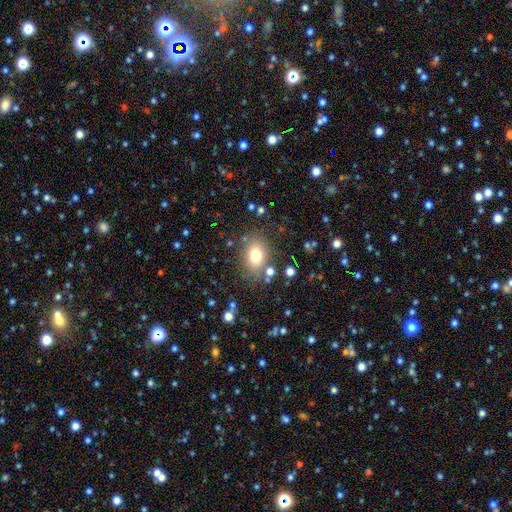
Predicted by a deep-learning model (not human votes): Smooth or featured: smooth — 76% (star or artifact — 12%)
How rounded: in between — 61% (round — 38%)
Merging: none — 77% (minor disturbance — 13%)